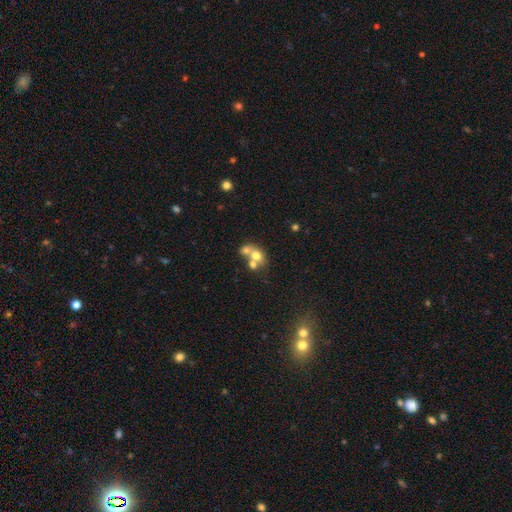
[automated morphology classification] A smooth galaxy with no disk features (60%) that is round (57%).

Vote fractions:
- Smooth or featured? smooth: 60% / featured or disk: 27% / star or artifact: 13%
- How rounded? round: 57% / in between: 42% / cigar-shaped: 1%
- Merging? merger: 61% / none: 26% / minor disturbance: 7% / major disturbance: 5%